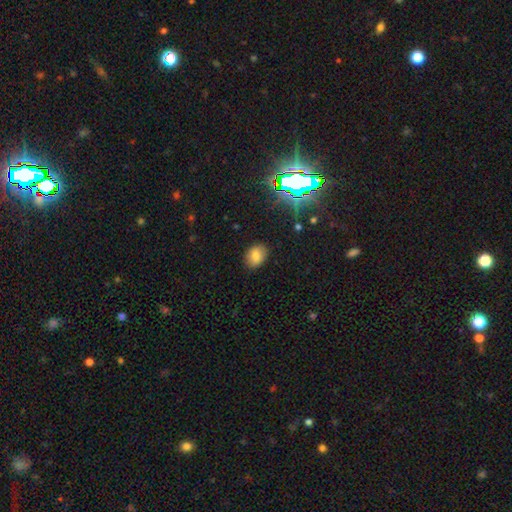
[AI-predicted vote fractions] Overall: smooth (77%). How rounded: in between (64%; round 35%). Merging: none (87%).